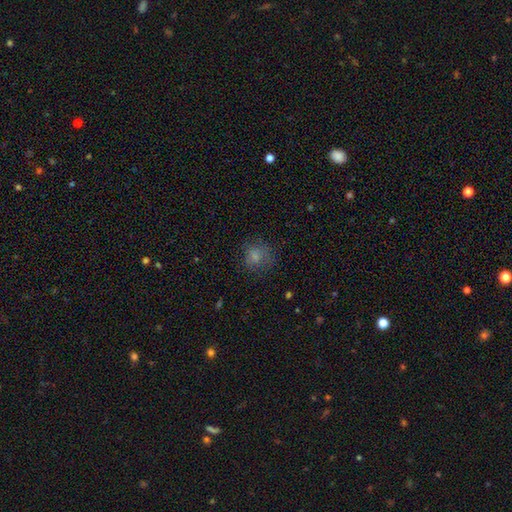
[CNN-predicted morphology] smooth-or-featured: smooth: 74% | featured or disk: 13% | star or artifact: 13%
  how-rounded: round: 76% | in between: 23% | cigar-shaped: 1%
  merging: none: 64% | minor disturbance: 21% | major disturbance: 13% | merger: 2%